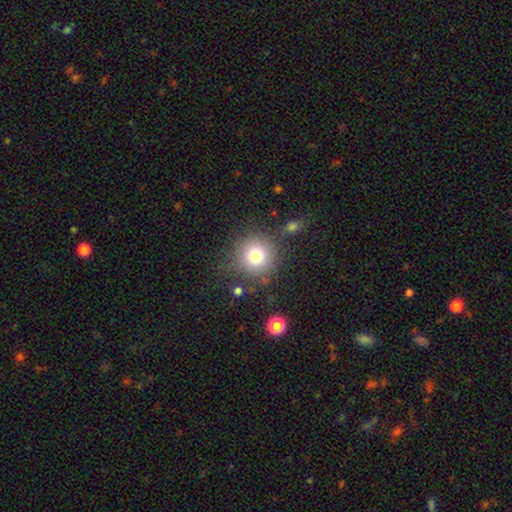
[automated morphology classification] The model was most divided on "smooth or featured": smooth: 77%, star or artifact: 13%, featured or disk: 10%. More confident: how rounded — round (94%); merging — none (81%).